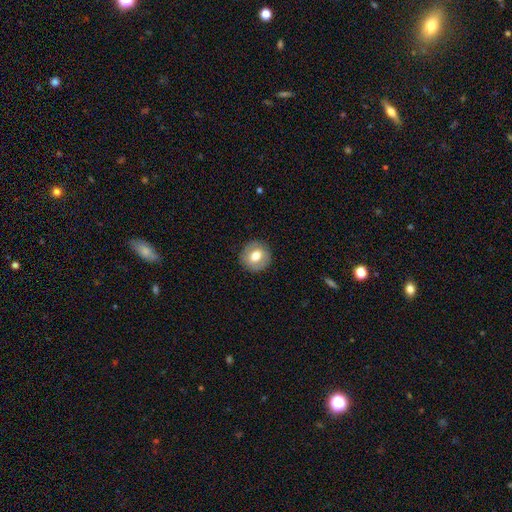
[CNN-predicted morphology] The model was most divided on "smooth or featured": smooth: 70%, featured or disk: 22%, star or artifact: 8%. More confident: merging — none (88%); how rounded — round (88%).